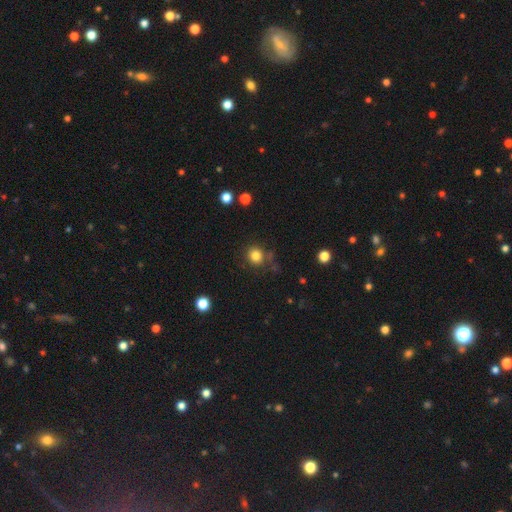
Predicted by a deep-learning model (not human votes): smooth 83%, star or artifact 12%, featured or disk 5%. Down the decision tree: how rounded — round (90%); merging — none (79%).